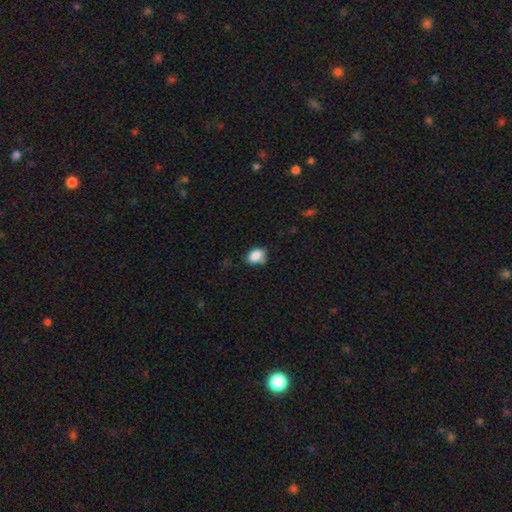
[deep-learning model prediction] Smooth or featured? Predicted: smooth (p=0.84). How rounded? Predicted: in between (p=0.73). Merging? Predicted: none (p=0.54).